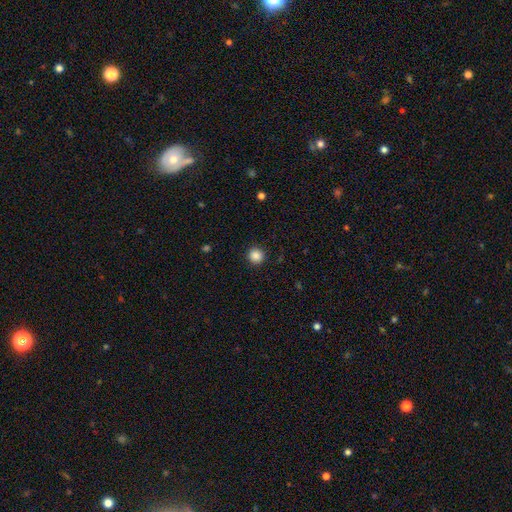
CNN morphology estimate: Overall: smooth (86%). How rounded: round (94%). Merging: none (92%).